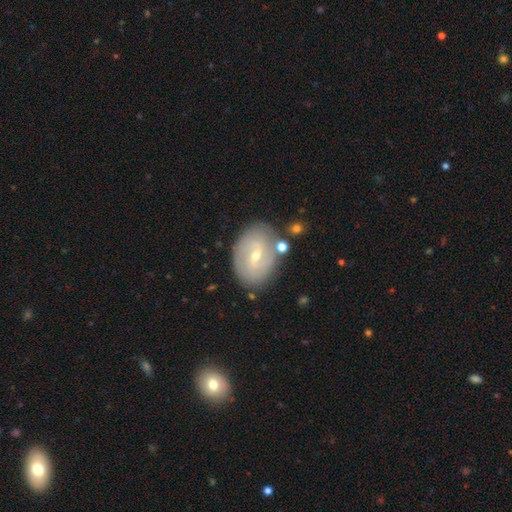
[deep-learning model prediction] Smooth or featured? featured or disk (66%)
Edge-on disk? no (95%)
Bar? weak (55%)
Spiral arms? yes (69%)
Bulge size? small (63%)
Merging? none (77%)